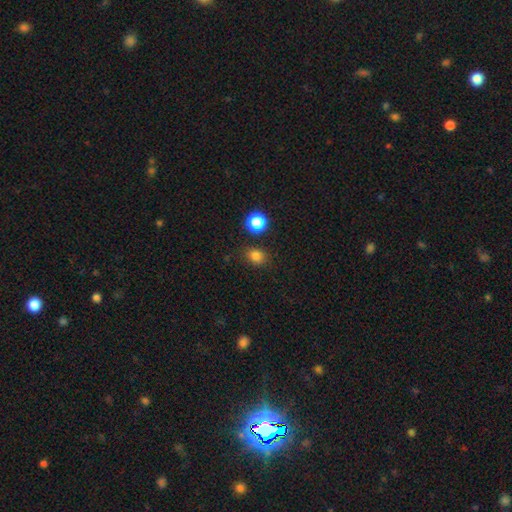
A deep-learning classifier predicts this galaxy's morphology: Smooth or featured?
  - smooth: 80% *
  - star or artifact: 15%
  - featured or disk: 5%
How rounded?
  - round: 58% *
  - in between: 41%
  - cigar-shaped: 1%
Merging?
  - none: 82% *
  - minor disturbance: 11%
  - merger: 4%
  - major disturbance: 3%